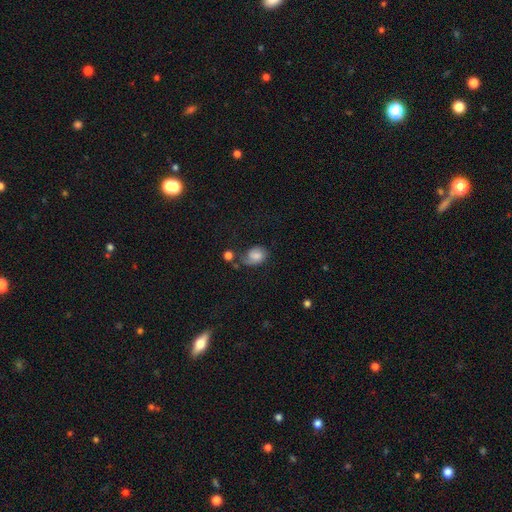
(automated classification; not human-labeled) Smooth or featured: smooth — 68% (featured or disk — 21%)
How rounded: in between — 64% (round — 35%)
Merging: none — 42% (minor disturbance — 29%)